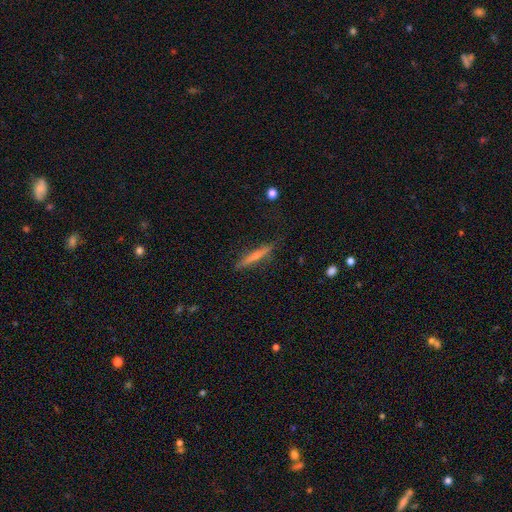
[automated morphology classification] Smooth or featured? featured or disk (54%)
Edge-on disk? yes (95%)
Edge-on bulge? rounded (65%)
Merging? none (83%)